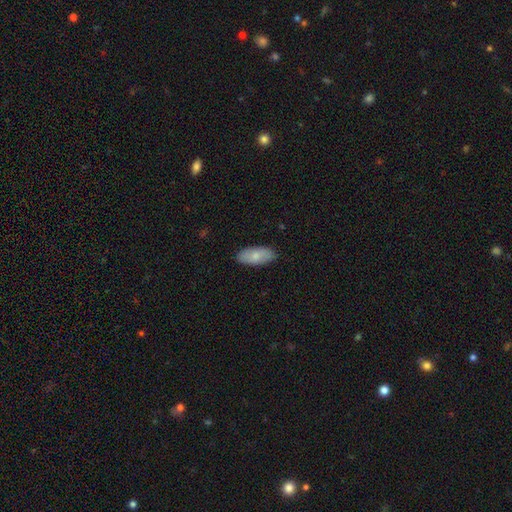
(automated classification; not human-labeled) smooth_or_featured: smooth (p=0.78) [alt: featured or disk p=0.16]
how_rounded: in between (p=0.90) [alt: cigar-shaped p=0.07]
merging: none (p=0.87) [alt: minor disturbance p=0.10]